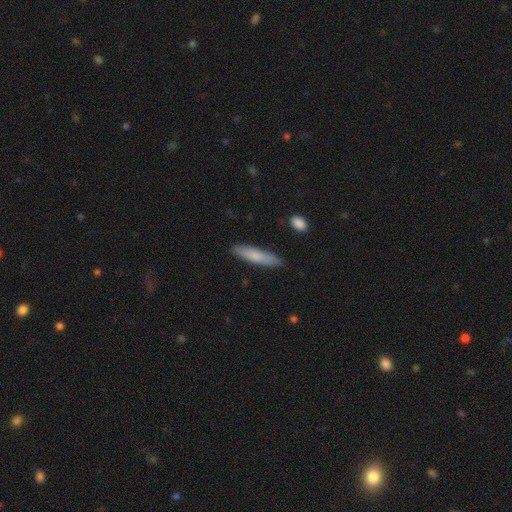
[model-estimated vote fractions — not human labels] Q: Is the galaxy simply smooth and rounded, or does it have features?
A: smooth — 78%.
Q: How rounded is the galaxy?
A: cigar-shaped — 82%.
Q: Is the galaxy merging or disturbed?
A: none — 87%.